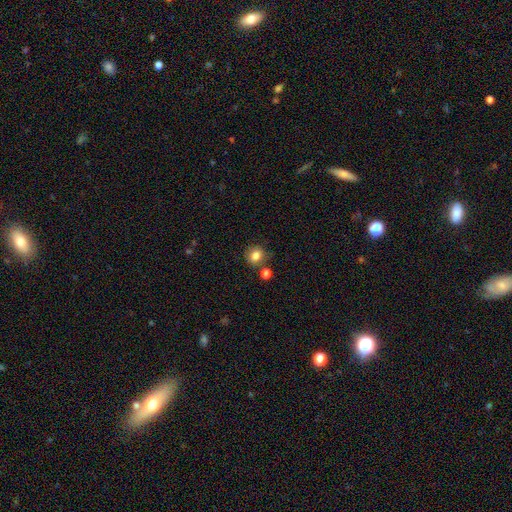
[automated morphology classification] This is clearly a smooth galaxy (83%). How rounded: likely round (76%). Merging: likely none (76%).